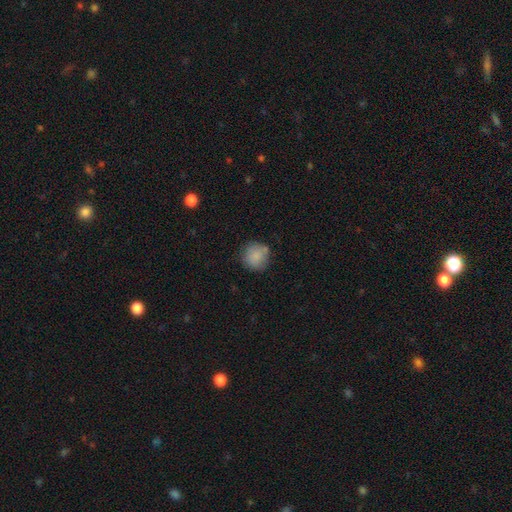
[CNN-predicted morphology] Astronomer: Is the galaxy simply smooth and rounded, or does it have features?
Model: smooth — 85%.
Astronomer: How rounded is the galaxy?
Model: round — 91%.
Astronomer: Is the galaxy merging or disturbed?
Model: none — 73%.